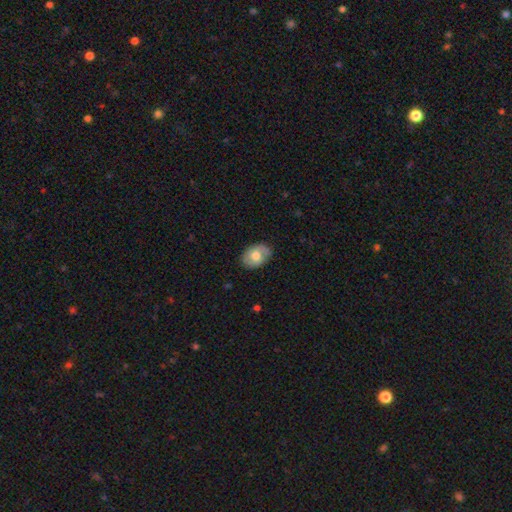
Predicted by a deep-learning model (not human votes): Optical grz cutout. It shows a smooth galaxy with no disk features (64%) that is in between round and cigar-shaped (79%). Merging: none (78%).